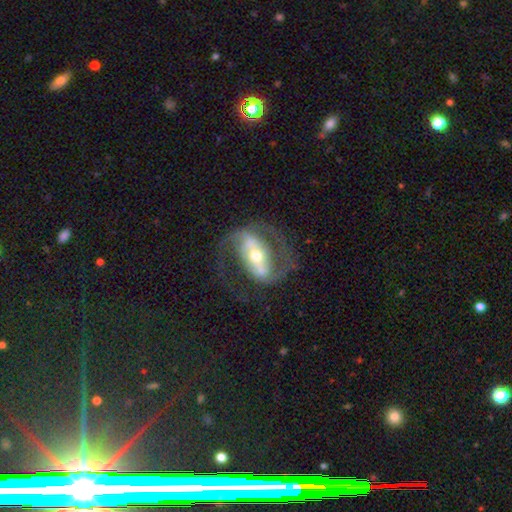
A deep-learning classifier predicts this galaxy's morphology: smooth-or-featured: featured or disk: 86% | smooth: 9% | star or artifact: 5%
  disk-edge-on: no: 94% | yes: 6%
    bar: strong: 62% | weak: 24% | no: 13%
    has-spiral-arms: yes: 91% | no: 9%
      spiral-winding: medium: 55% | loose: 27% | tight: 18%
      spiral-arm-count: 2: 88% | can't tell: 5% | 1: 4% | 3: 2% | 4: 1% | more than 4: 1%
    bulge-size: moderate: 56% | small: 36% | large: 5% | dominant: 1% | none: 1%
  merging: none: 65% | major disturbance: 19% | minor disturbance: 14% | merger: 2%